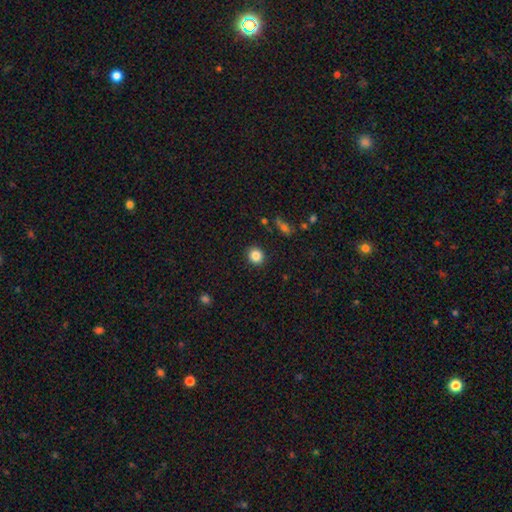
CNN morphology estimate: Smooth or featured: smooth — 85% (star or artifact — 10%)
How rounded: round — 81% (in between — 18%)
Merging: none — 90% (minor disturbance — 6%)